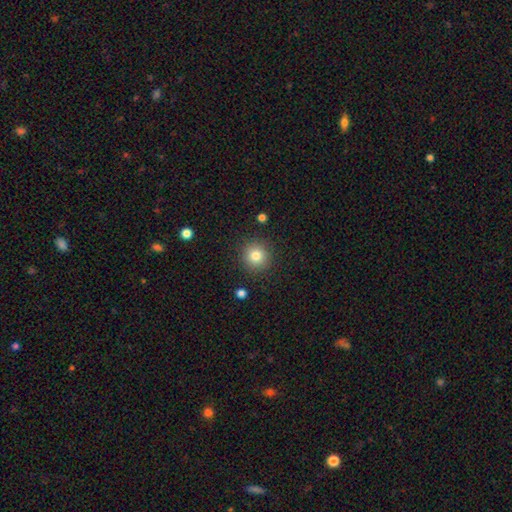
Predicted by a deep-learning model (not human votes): A smooth galaxy with no disk features (81%) that is round (93%). Merging: none (90%).